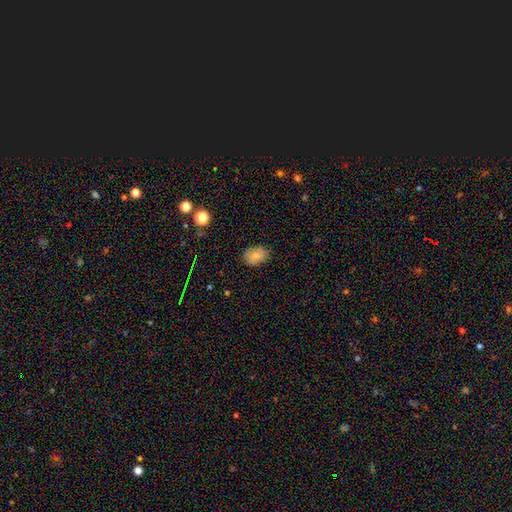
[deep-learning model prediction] smooth_or_featured: smooth (p=0.79) [alt: featured or disk p=0.11]
how_rounded: in between (p=0.77) [alt: round p=0.22]
merging: none (p=0.79) [alt: minor disturbance p=0.17]